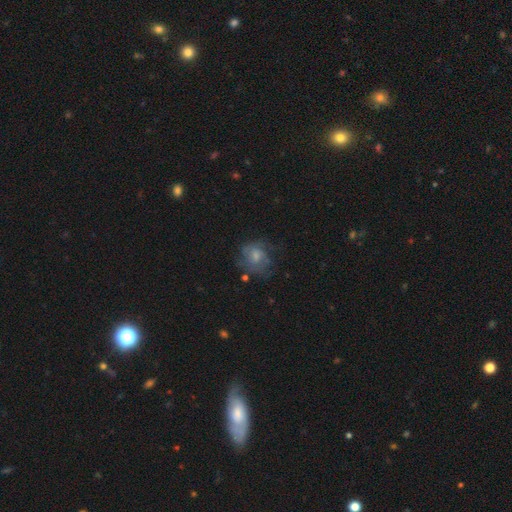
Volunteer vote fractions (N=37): Overall: featured or disk (65%; smooth 30%). Edge-on disk: no (100%). Bar: no (58%; weak 38%). Spiral arms: yes (75%). Spiral arm count: 2 (67%; can't tell 28%). Spiral winding: medium (61%; tight 33%). Bulge size: small (58%; none 21%). Merging: none (51%; major disturbance 29%).